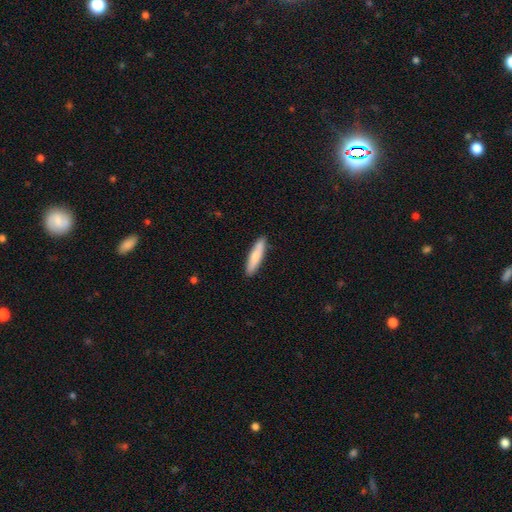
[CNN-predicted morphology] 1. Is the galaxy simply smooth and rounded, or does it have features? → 78% smooth, 16% featured or disk, 5% star or artifact.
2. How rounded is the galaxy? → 83% cigar-shaped, 15% in between, 1% round.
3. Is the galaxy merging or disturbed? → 88% none, 9% minor disturbance, 2% major disturbance, 1% merger.